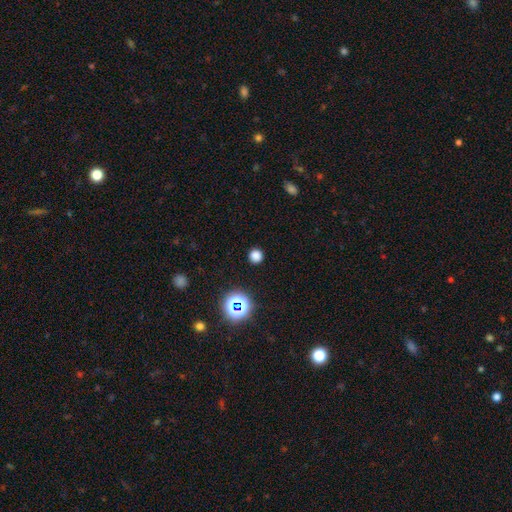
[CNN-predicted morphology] Overall: smooth (76%). How rounded: round (93%). Merging: none (90%).